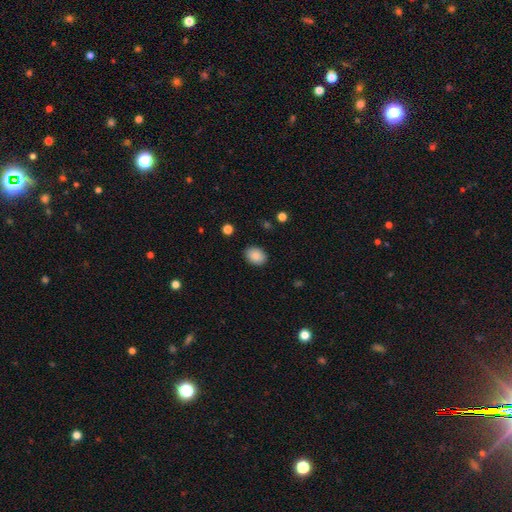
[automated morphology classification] type=smooth (88%); roundness=in between (66%); merging=none (88%).